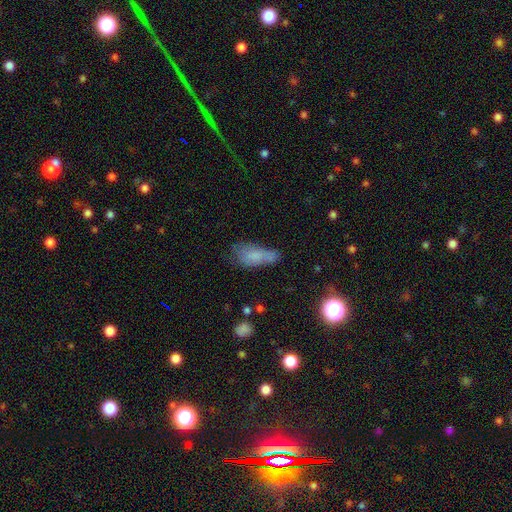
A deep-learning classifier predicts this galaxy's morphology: smooth 69%, featured or disk 18%, star or artifact 12%. Down the decision tree: how rounded — in between (77%); merging — none (40%).